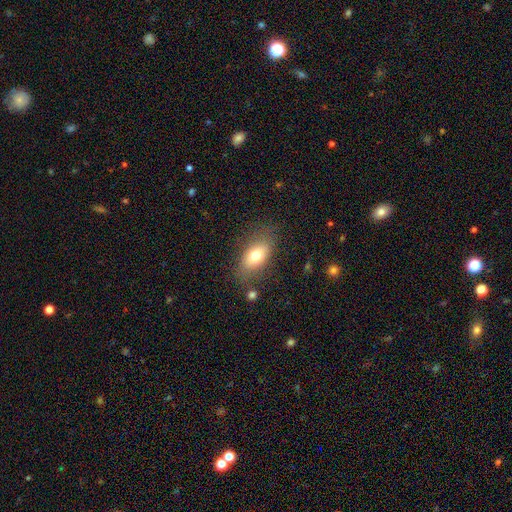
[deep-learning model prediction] A smooth galaxy with no disk features (73%) that is in between round and cigar-shaped (85%).

Vote fractions:
- Smooth or featured? smooth: 73% / featured or disk: 18% / star or artifact: 9%
- How rounded? in between: 85% / round: 8% / cigar-shaped: 7%
- Merging? none: 77% / minor disturbance: 15% / major disturbance: 6% / merger: 3%